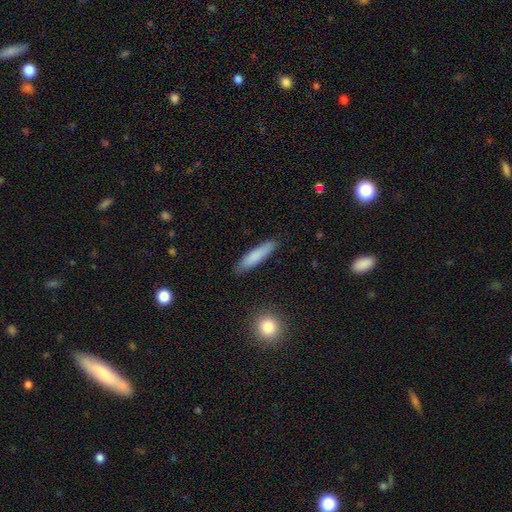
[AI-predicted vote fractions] Morphology: type=smooth (82%); roundness=cigar-shaped (82%); merging=none (87%).